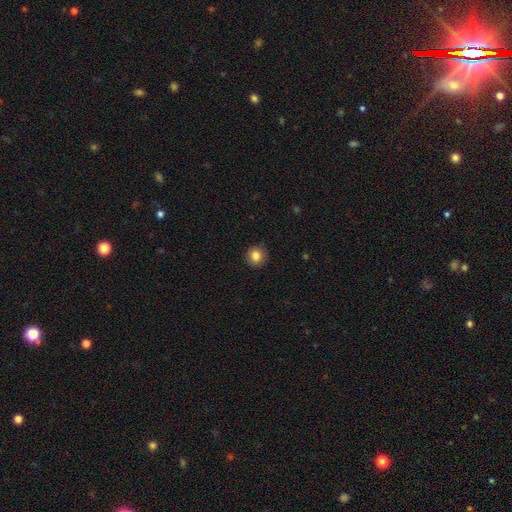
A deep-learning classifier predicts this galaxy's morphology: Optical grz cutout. It shows a smooth galaxy with no disk features (84%) that is round (92%). Merging: none (91%).